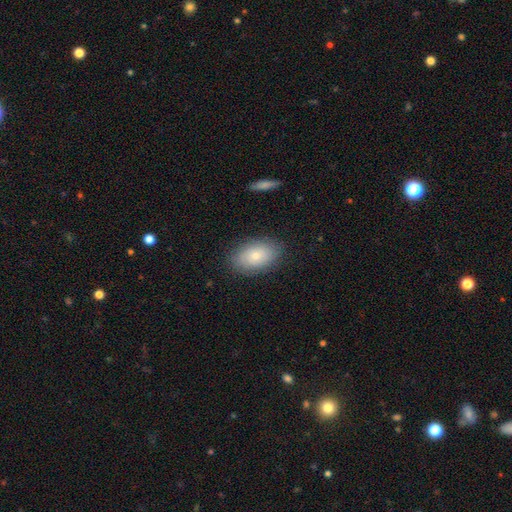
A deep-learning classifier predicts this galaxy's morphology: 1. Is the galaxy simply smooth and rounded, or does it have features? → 72% smooth, 21% featured or disk, 7% star or artifact.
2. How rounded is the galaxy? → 91% in between, 7% round, 2% cigar-shaped.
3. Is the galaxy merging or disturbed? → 84% none, 12% minor disturbance, 3% major disturbance, 1% merger.